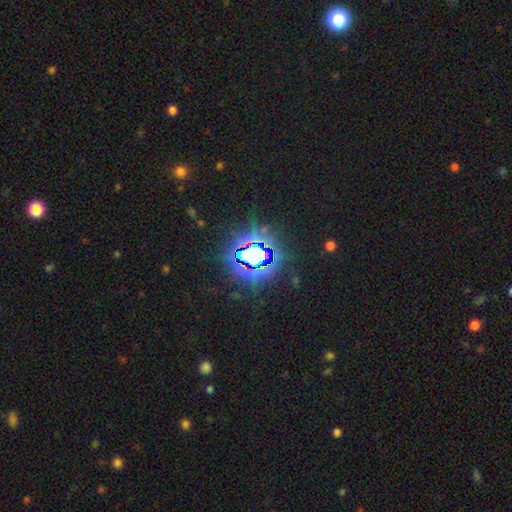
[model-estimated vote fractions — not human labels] Smooth or featured? star or artifact (75%)